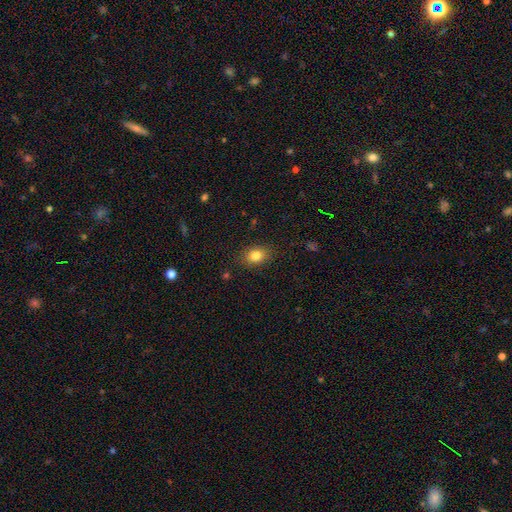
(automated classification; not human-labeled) The model was most divided on "how rounded": in between: 65%, round: 34%, cigar-shaped: 1%. More confident: merging — none (85%); smooth or featured — smooth (83%).